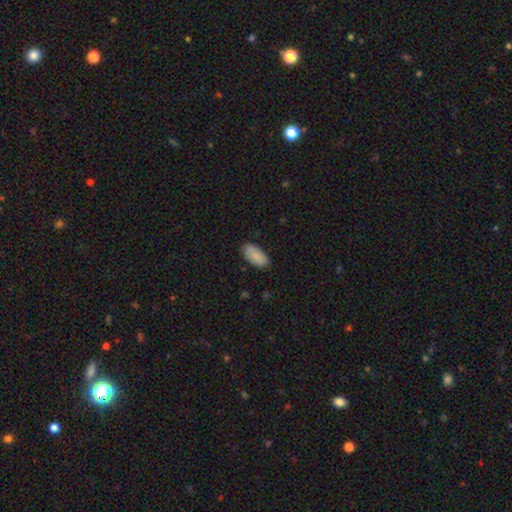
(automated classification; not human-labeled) smooth 88%, star or artifact 6%, featured or disk 5%. Down the decision tree: how rounded — in between (93%); merging — none (82%).